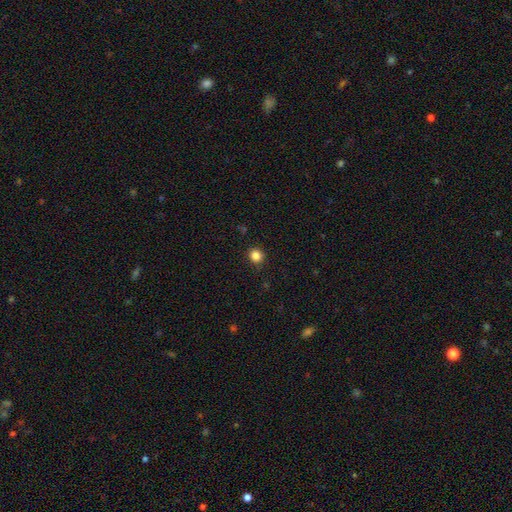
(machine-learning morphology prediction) Smooth or featured? smooth (85%)
How rounded? round (91%)
Merging? none (91%)